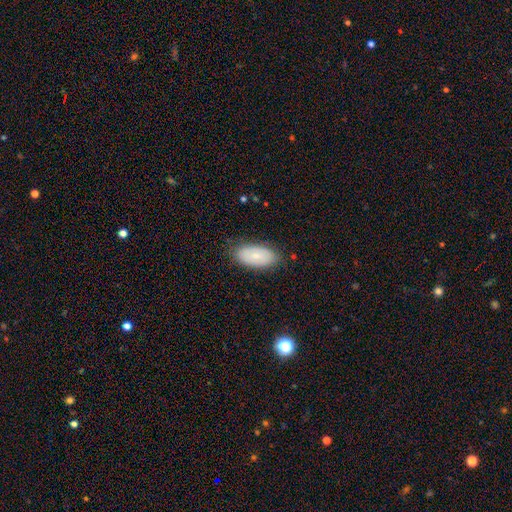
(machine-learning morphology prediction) Overall: smooth (74%). How rounded: in between (93%). Merging: none (83%).